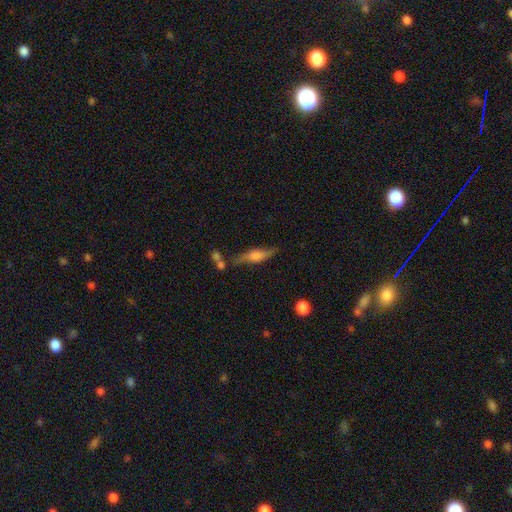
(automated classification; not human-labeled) Morphology: type=featured or disk (52%); edge-on=yes (84%); merging=none (66%).